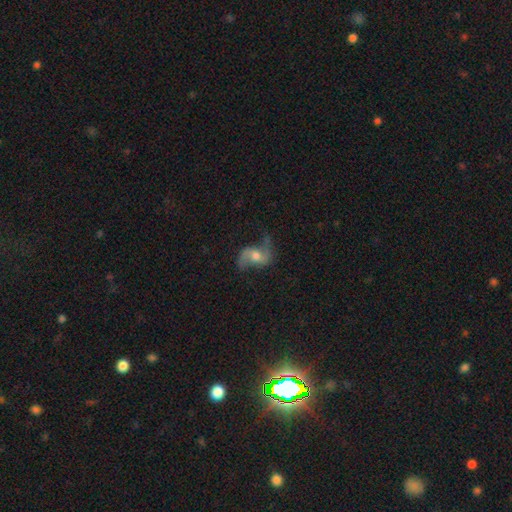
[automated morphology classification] featured or disk 83%, smooth 10%, star or artifact 7%. Down the decision tree: edge-on disk — no (97%); bar — no (52%); spiral arms — yes (95%); spiral arm count — 2 (93%); spiral winding — loose (73%); bulge size — moderate (67%); merging — none (71%).